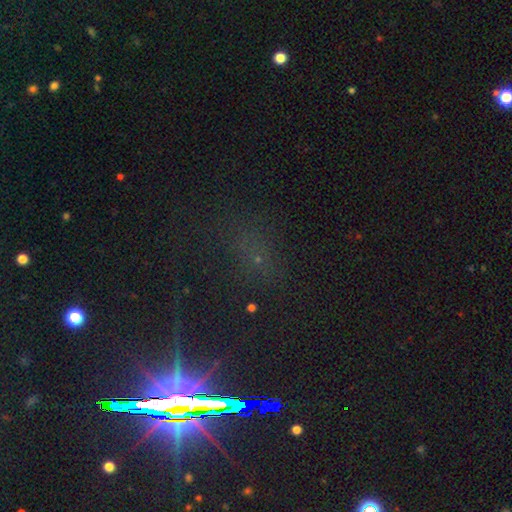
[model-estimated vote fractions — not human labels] Smooth or featured? Predicted: star or artifact (p=0.70).